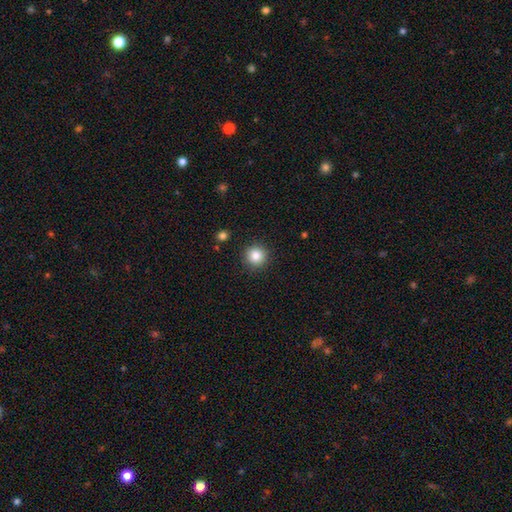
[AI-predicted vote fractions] This is clearly a smooth galaxy (84%). How rounded: clearly round (95%). Merging: clearly none (91%).